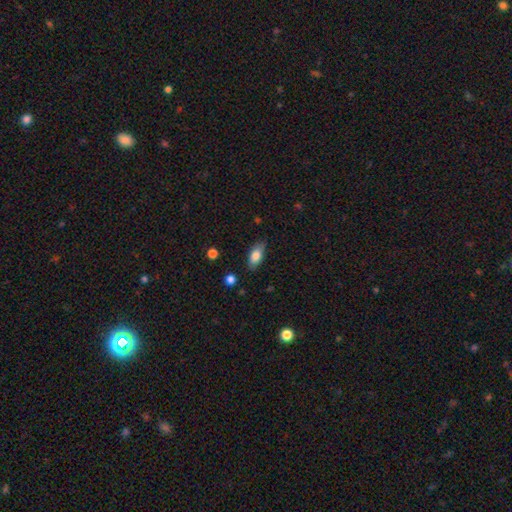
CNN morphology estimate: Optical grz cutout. It shows a smooth galaxy with no disk features (79%) that is in between round and cigar-shaped (86%). Merging: none (80%).